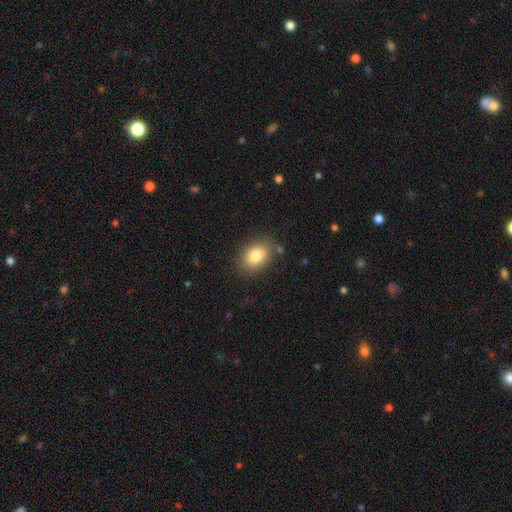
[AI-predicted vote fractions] This is clearly a smooth galaxy (82%). How rounded: likely in between (76%). Merging: likely none (78%).